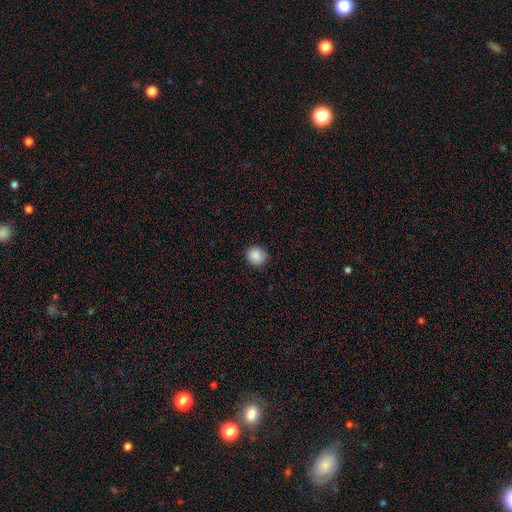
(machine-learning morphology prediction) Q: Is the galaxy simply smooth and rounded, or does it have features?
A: smooth — 88%.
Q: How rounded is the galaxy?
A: round — 87%.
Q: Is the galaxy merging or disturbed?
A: none — 89%.